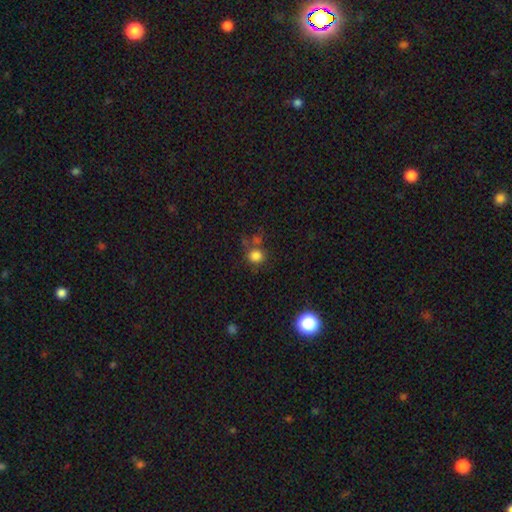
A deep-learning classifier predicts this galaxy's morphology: smooth_or_featured: smooth (p=0.80) [alt: star or artifact p=0.14]
how_rounded: round (p=0.86) [alt: in between p=0.13]
merging: none (p=0.64) [alt: merger p=0.16]